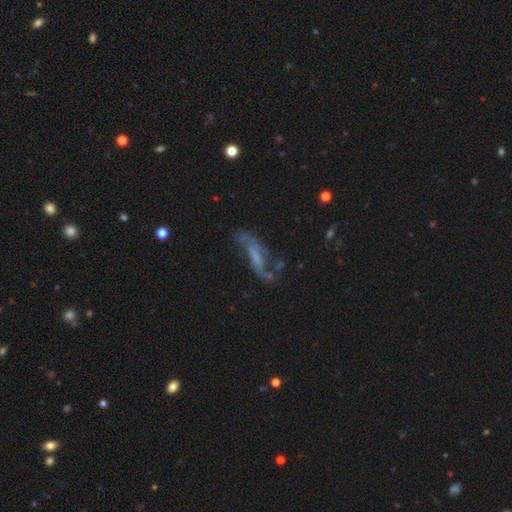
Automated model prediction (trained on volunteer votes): This appears to be a featured or disk galaxy (62%). Merging: none (43%).